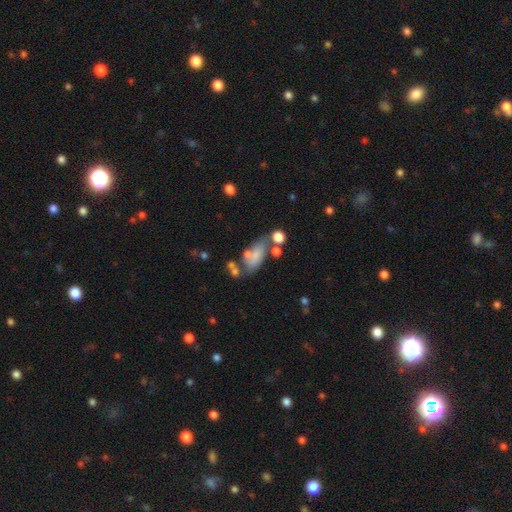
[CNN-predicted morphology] A smooth galaxy with no disk features (64%) that is in between round and cigar-shaped (84%).

Vote fractions:
- Smooth or featured? smooth: 64% / featured or disk: 26% / star or artifact: 11%
- How rounded? in between: 84% / cigar-shaped: 11% / round: 6%
- Merging? none: 36% / merger: 26% / minor disturbance: 21% / major disturbance: 17%